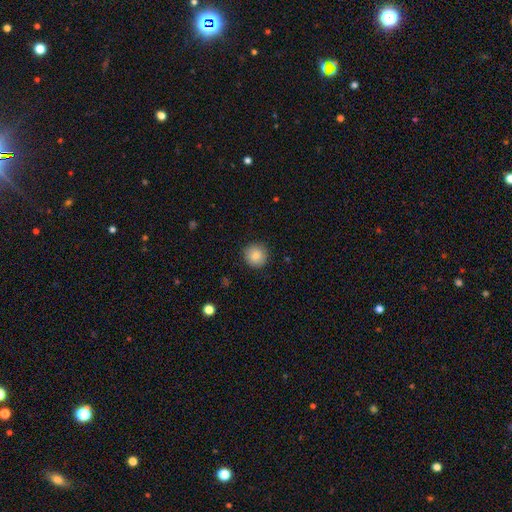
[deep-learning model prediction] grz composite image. It shows a smooth galaxy with no disk features (85%) that is round (93%). Merging: none (90%).